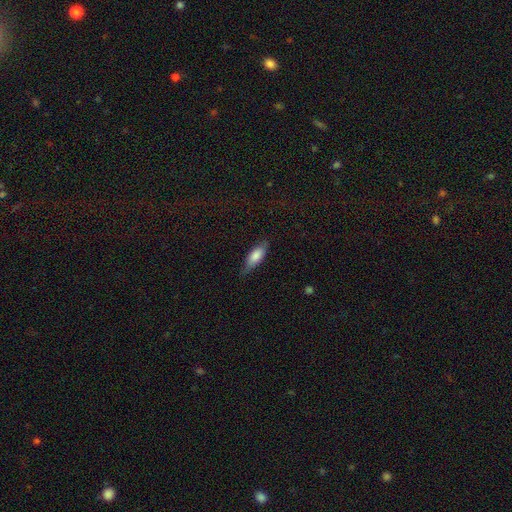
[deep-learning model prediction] A smooth galaxy with no disk features (73%) that is in between round and cigar-shaped (66%). Merging: none (72%).